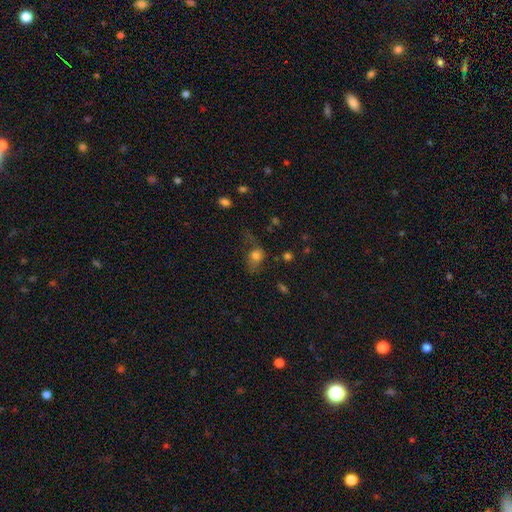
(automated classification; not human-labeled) This appears to be a smooth galaxy with no disk features (69%) that is in between round and cigar-shaped (56%). Merging: major disturbance (35%).